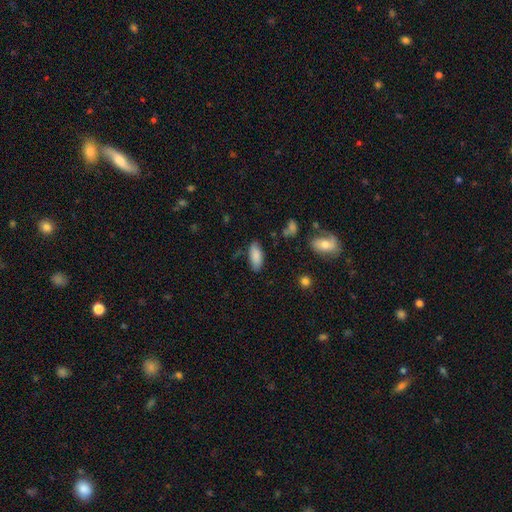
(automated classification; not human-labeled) smooth 86%, featured or disk 7%, star or artifact 7%. Down the decision tree: how rounded — in between (86%); merging — none (81%).